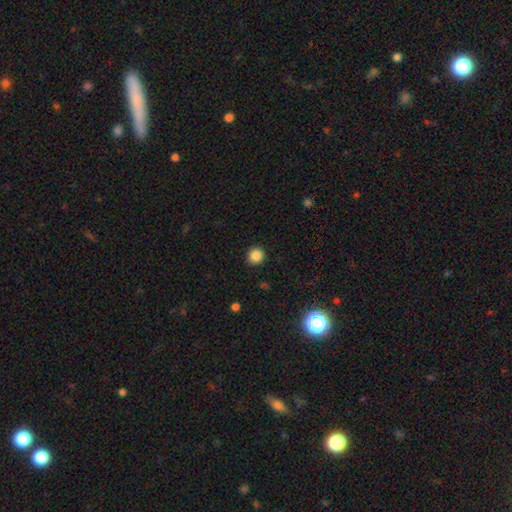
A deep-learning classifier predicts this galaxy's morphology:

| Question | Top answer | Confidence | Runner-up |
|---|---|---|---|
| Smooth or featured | smooth | 86% | star or artifact (11%) |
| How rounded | round | 92% | in between (7%) |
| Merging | none | 92% | minor disturbance (6%) |